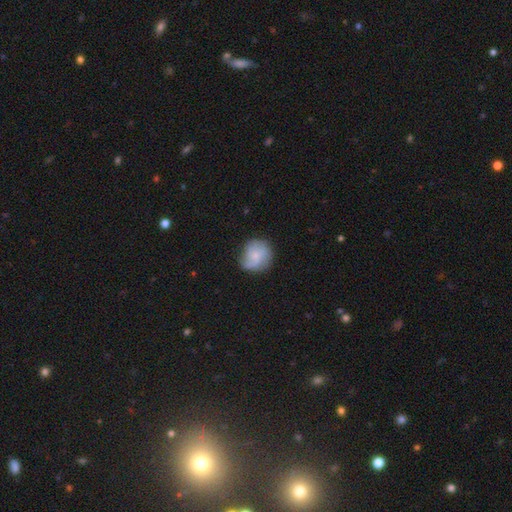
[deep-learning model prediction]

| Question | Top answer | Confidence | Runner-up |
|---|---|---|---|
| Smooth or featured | smooth | 54% | featured or disk (38%) |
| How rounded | round | 86% | in between (13%) |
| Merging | none | 71% | minor disturbance (21%) |